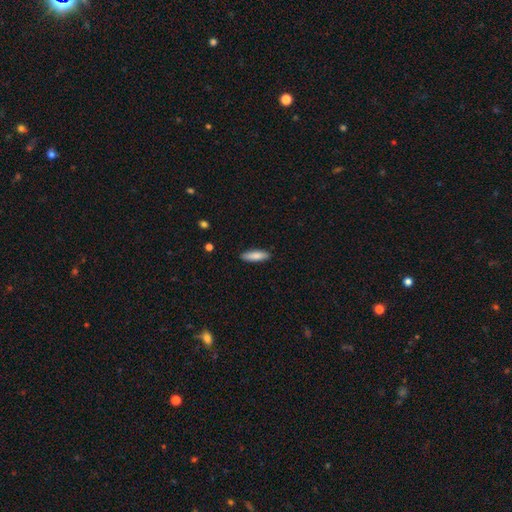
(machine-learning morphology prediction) smooth-or-featured: smooth: 86% | featured or disk: 8% | star or artifact: 6%
  how-rounded: cigar-shaped: 52% | in between: 46% | round: 2%
  merging: none: 89% | minor disturbance: 9% | major disturbance: 2% | merger: 1%